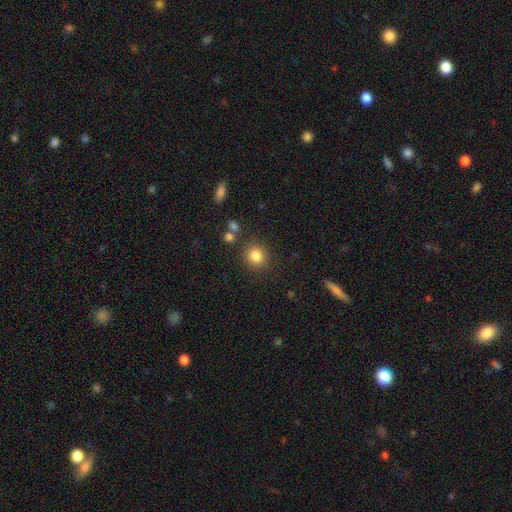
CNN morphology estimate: A smooth galaxy with no disk features (84%) that is round (83%). Merging: none (83%).